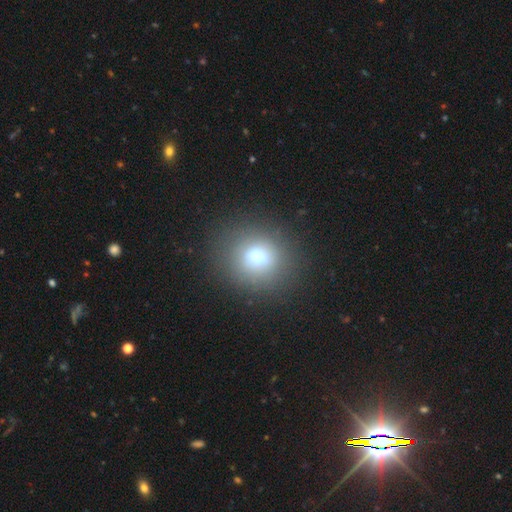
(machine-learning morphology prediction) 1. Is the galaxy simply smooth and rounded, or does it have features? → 72% smooth, 15% star or artifact, 13% featured or disk.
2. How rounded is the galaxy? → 82% round, 17% in between, 1% cigar-shaped.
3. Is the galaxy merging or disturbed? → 85% none, 9% minor disturbance, 4% major disturbance, 2% merger.